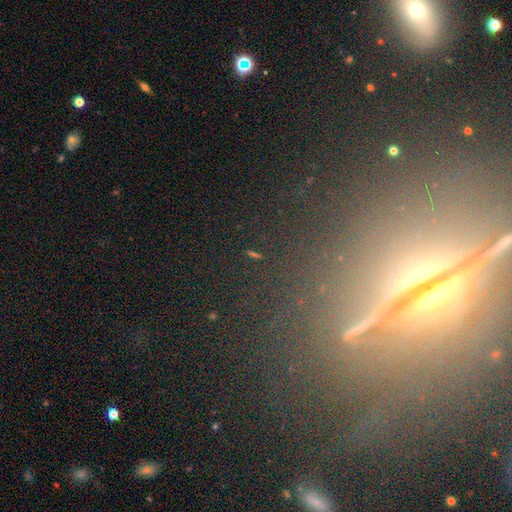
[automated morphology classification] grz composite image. It shows a star or artifact, not a galaxy (65%).